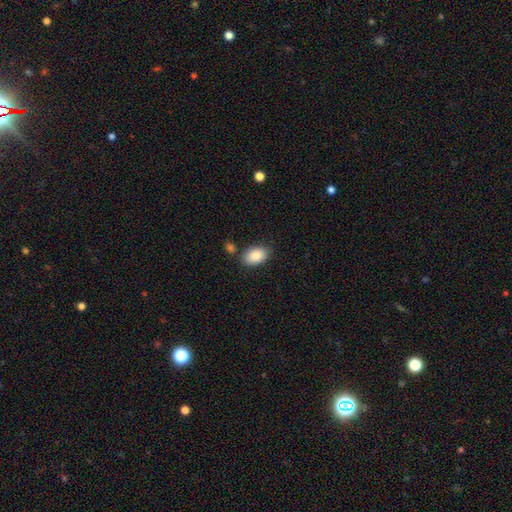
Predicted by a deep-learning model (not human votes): Smooth or featured? Predicted: smooth (p=0.87). How rounded? Predicted: in between (p=0.89). Merging? Predicted: none (p=0.78).